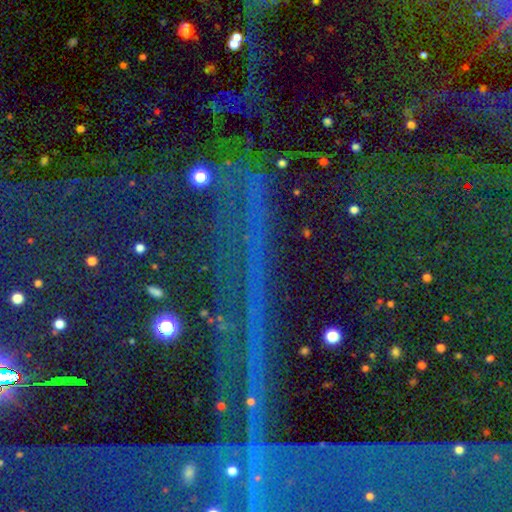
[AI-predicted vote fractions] star or artifact 84%, featured or disk 8%, smooth 7%.